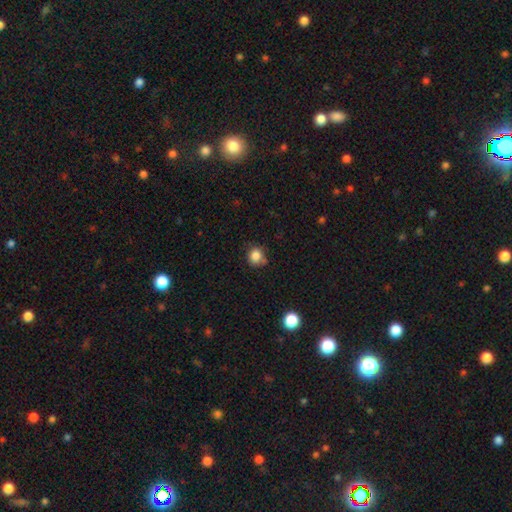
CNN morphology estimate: A smooth galaxy with no disk features (84%) that is round (82%). Merging: none (71%).